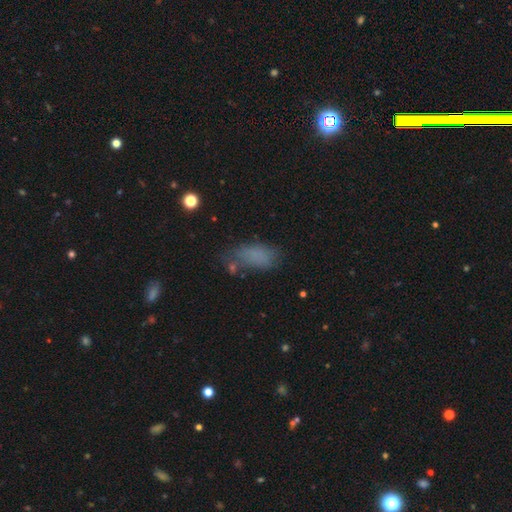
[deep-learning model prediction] Overall: smooth (73%). How rounded: in between (87%). Merging: none (51%; minor disturbance 25%).